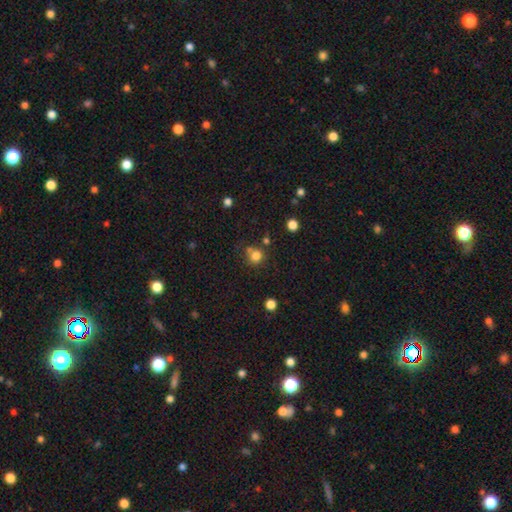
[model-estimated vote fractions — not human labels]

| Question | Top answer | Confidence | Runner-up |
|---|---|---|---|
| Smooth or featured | smooth | 80% | star or artifact (14%) |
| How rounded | round | 87% | in between (12%) |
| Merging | none | 64% | merger (17%) |